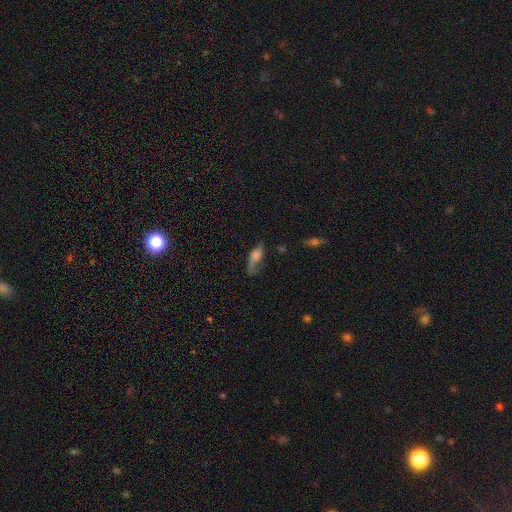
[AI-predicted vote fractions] This appears to be a smooth galaxy with no disk features (51%) that is in between round and cigar-shaped (73%). Merging: none (39%).